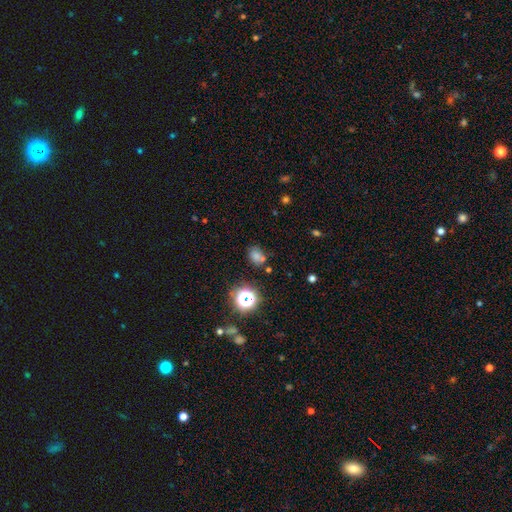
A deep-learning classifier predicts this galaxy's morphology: Smooth or featured? smooth (57%)
How rounded? round (50%)
Merging? none (68%)